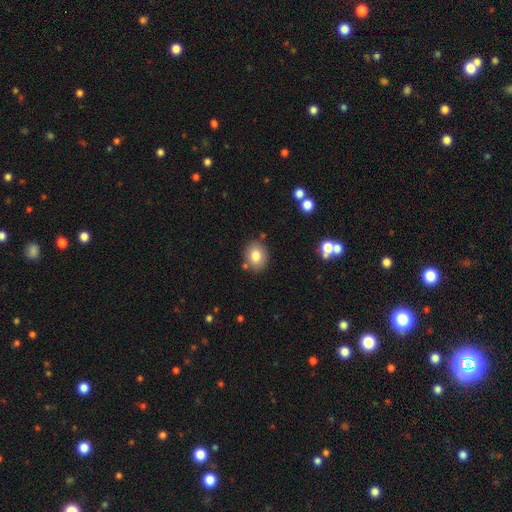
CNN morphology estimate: Overall: smooth (80%). How rounded: round (56%; in between 43%). Merging: none (82%).